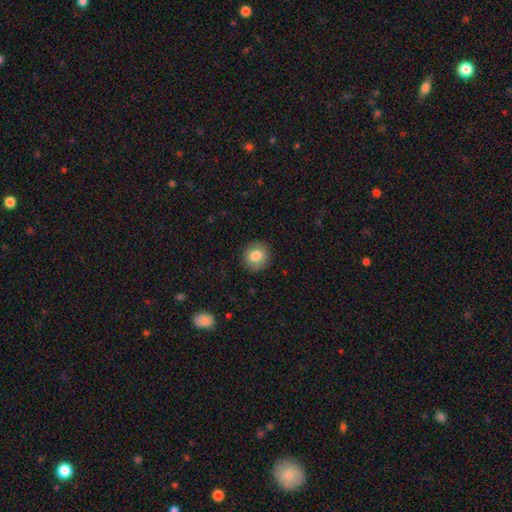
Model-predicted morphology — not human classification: smooth-or-featured: smooth: 82% | featured or disk: 10% | star or artifact: 9%
  how-rounded: round: 83% | in between: 16% | cigar-shaped: 1%
  merging: none: 88% | minor disturbance: 8% | major disturbance: 2% | merger: 1%